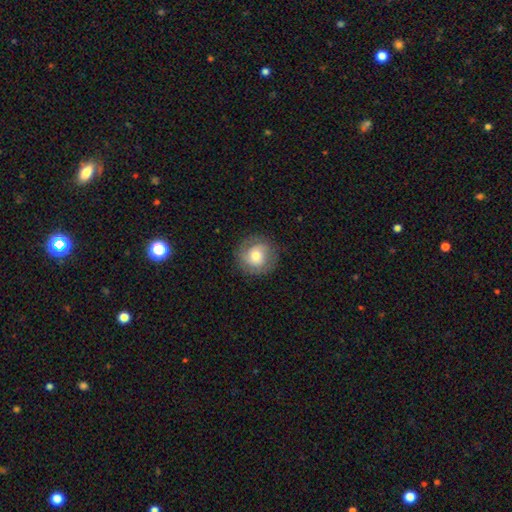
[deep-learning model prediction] A smooth galaxy with no disk features (58%) that is round (91%).

Vote fractions:
- Smooth or featured? smooth: 58% / featured or disk: 34% / star or artifact: 8%
- How rounded? round: 91% / in between: 8% / cigar-shaped: 1%
- Merging? none: 82% / minor disturbance: 12% / major disturbance: 5% / merger: 1%